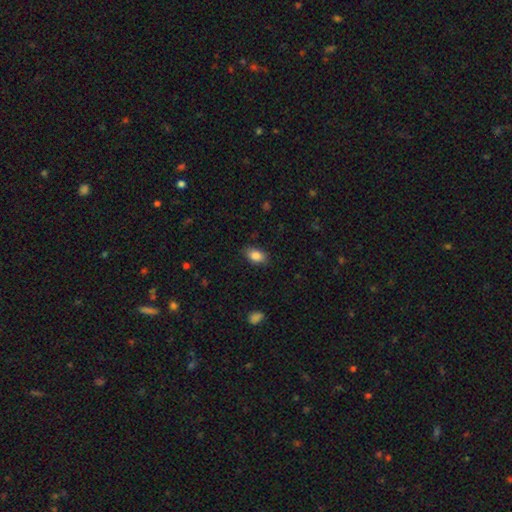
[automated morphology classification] type=smooth (86%); roundness=in between (88%); merging=none (85%).